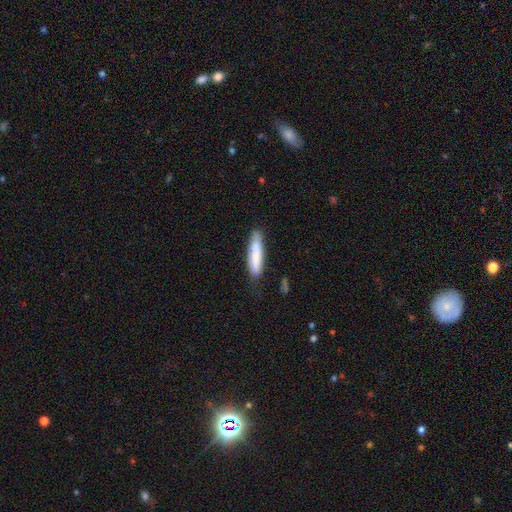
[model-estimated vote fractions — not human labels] A smooth galaxy with no disk features (77%) that is cigar-shaped (77%). Merging: none (73%).